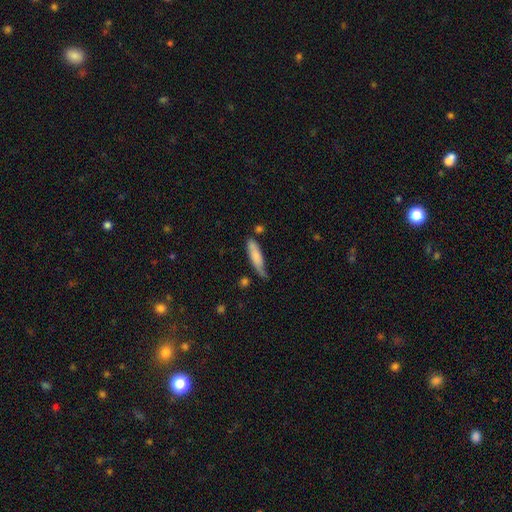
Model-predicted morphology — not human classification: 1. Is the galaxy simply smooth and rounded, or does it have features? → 75% smooth, 19% featured or disk, 6% star or artifact.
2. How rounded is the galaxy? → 68% cigar-shaped, 30% in between, 2% round.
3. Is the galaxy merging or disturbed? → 53% none, 33% minor disturbance, 9% major disturbance, 5% merger.